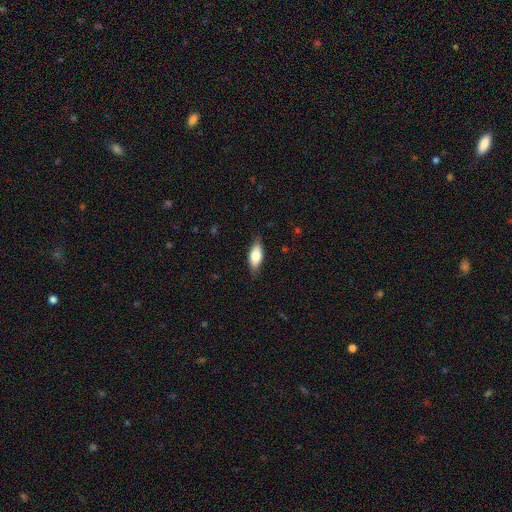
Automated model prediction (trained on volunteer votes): Overall: smooth (73%). How rounded: in between (79%). Merging: none (81%).